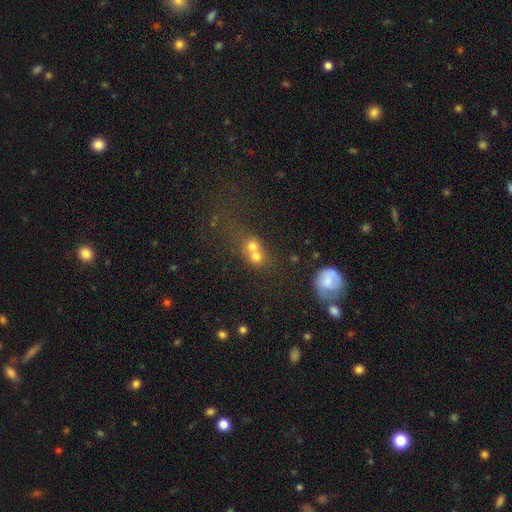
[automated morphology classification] type=smooth (63%); roundness=round (78%); merging=merger (59%).